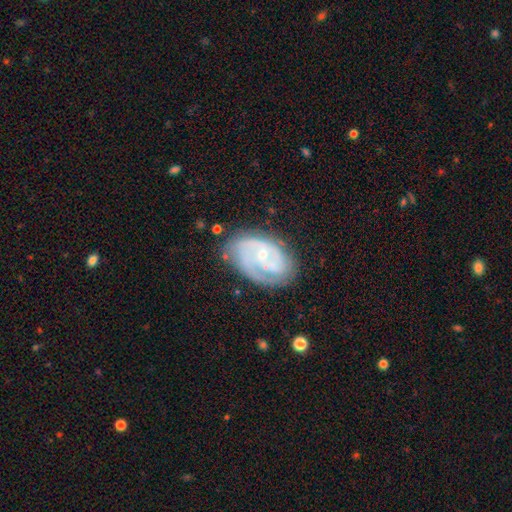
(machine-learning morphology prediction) A featured or disk galaxy (83%) with no bar (57%), 2 (51%) tight (61%) spiral arms (96%) and a small central bulge (70%). Merging: none (72%).